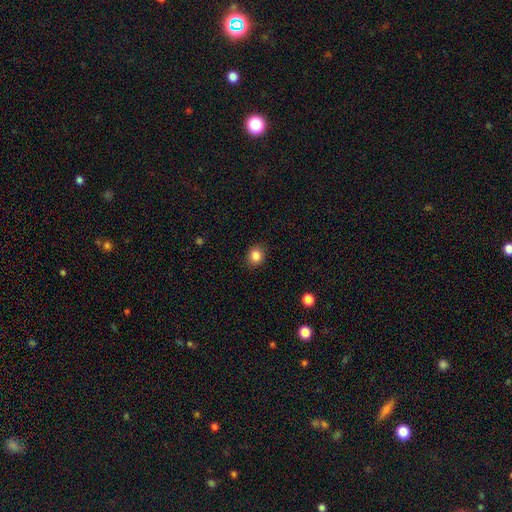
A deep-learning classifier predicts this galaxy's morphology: This is clearly a smooth galaxy (85%). How rounded: likely round (68%). Merging: clearly none (88%).